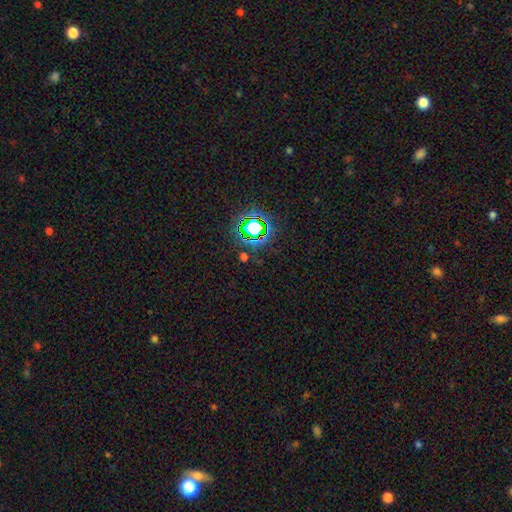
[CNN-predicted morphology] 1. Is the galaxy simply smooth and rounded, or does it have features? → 78% star or artifact, 13% smooth, 8% featured or disk.